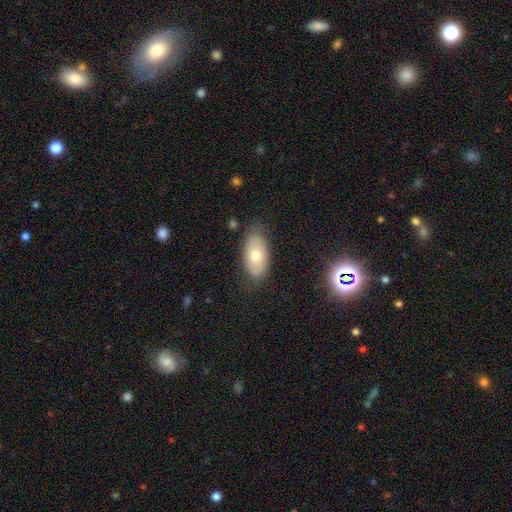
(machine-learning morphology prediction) This appears to be a smooth galaxy with no disk features (66%) that is in between round and cigar-shaped (94%). Merging: none (76%).